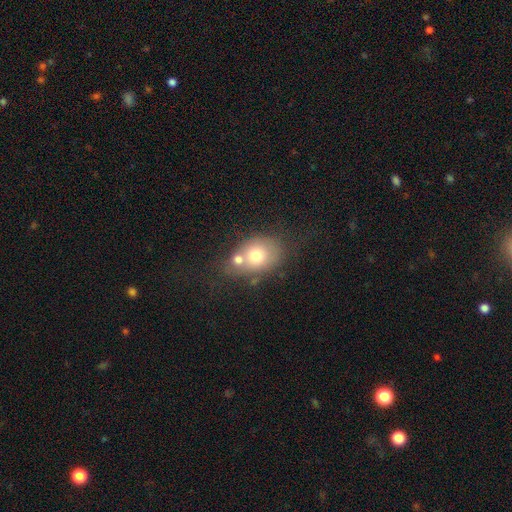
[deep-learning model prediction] Smooth or featured? smooth (69%)
How rounded? in between (53%)
Merging? merger (46%)